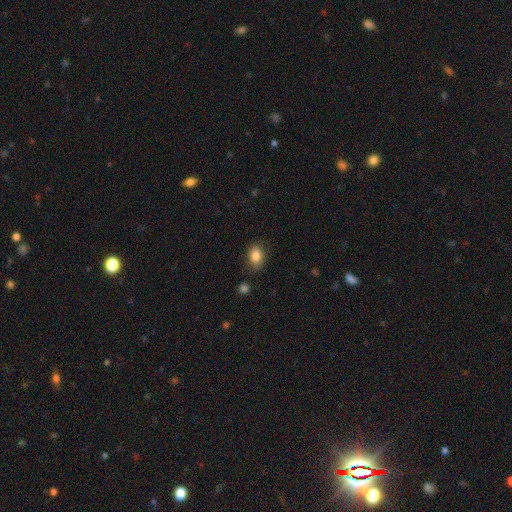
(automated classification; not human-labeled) Smooth or featured?
  - smooth: 83% *
  - star or artifact: 8%
  - featured or disk: 8%
How rounded?
  - in between: 81% *
  - round: 18%
  - cigar-shaped: 1%
Merging?
  - none: 78% *
  - minor disturbance: 16%
  - major disturbance: 4%
  - merger: 2%